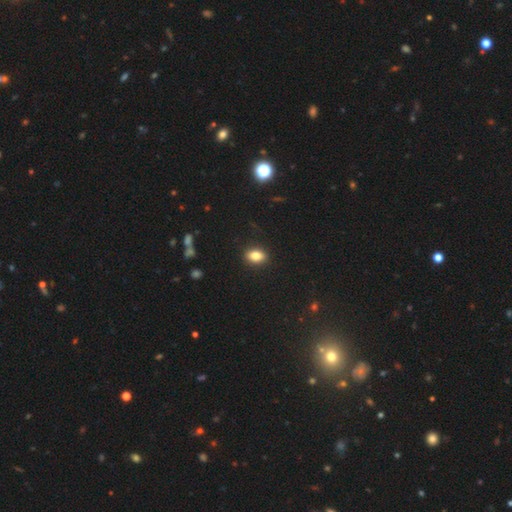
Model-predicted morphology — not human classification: A smooth galaxy with no disk features (83%) that is in between round and cigar-shaped (79%). Merging: none (89%).